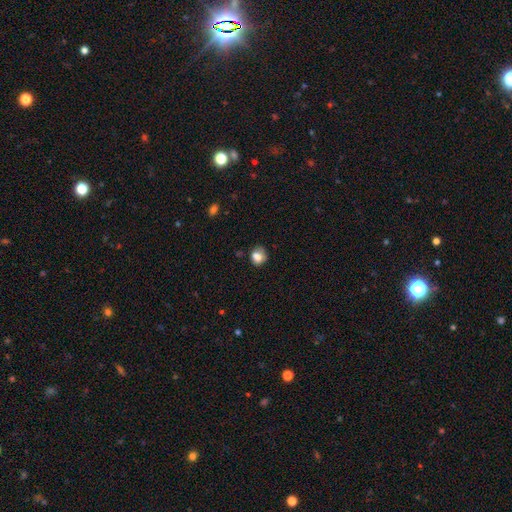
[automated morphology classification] A smooth galaxy with no disk features (77%) that is round (65%). Merging: none (53%).